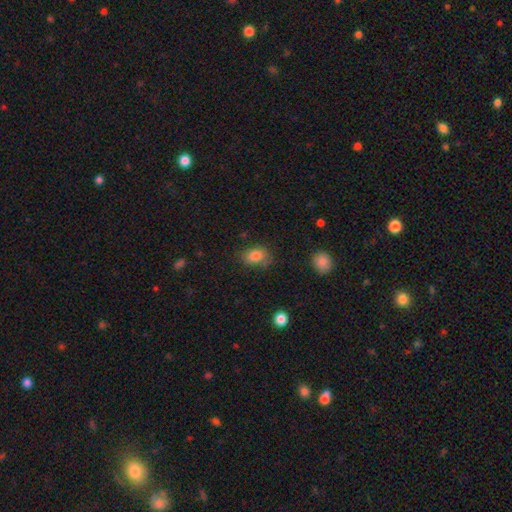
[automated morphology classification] Overall: smooth (81%). How rounded: in between (77%). Merging: none (67%).